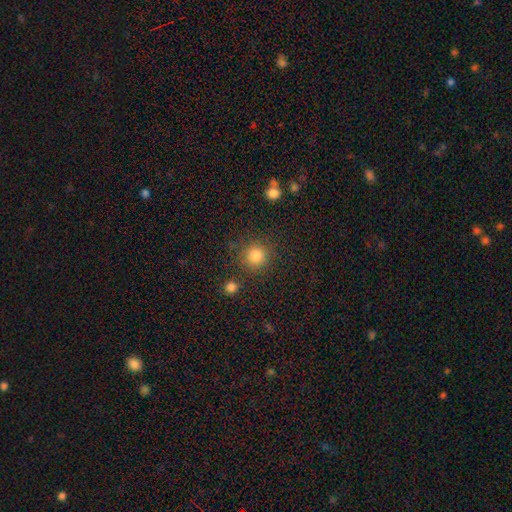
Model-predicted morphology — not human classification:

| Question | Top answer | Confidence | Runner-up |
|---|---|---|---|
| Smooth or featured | smooth | 84% | star or artifact (11%) |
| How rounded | round | 93% | in between (6%) |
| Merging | none | 82% | minor disturbance (9%) |